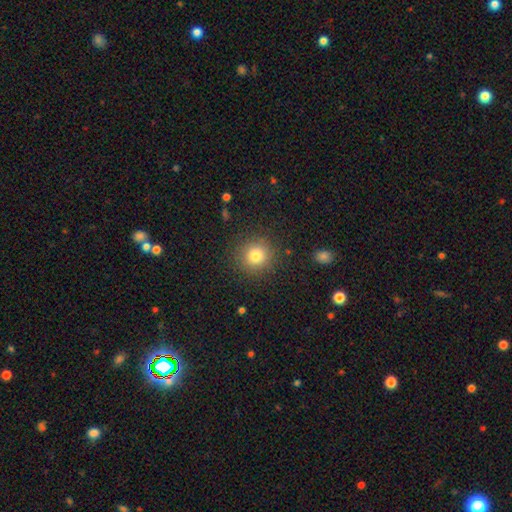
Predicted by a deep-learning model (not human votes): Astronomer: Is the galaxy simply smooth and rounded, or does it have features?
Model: smooth — 80%.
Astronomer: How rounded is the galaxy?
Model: round — 91%.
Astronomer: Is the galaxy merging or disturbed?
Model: none — 89%.